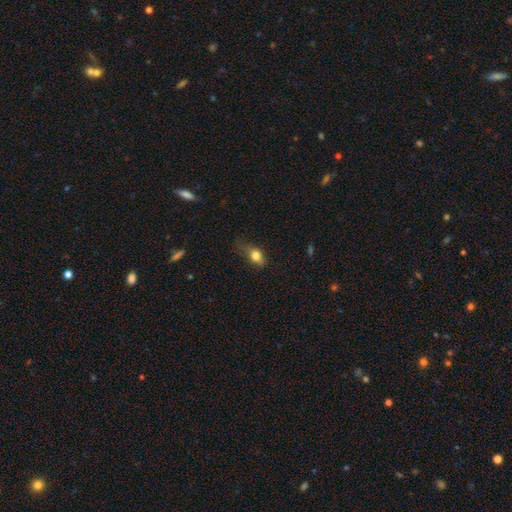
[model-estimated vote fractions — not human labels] Overall: smooth (80%). How rounded: in between (74%). Merging: none (47%; minor disturbance 35%).